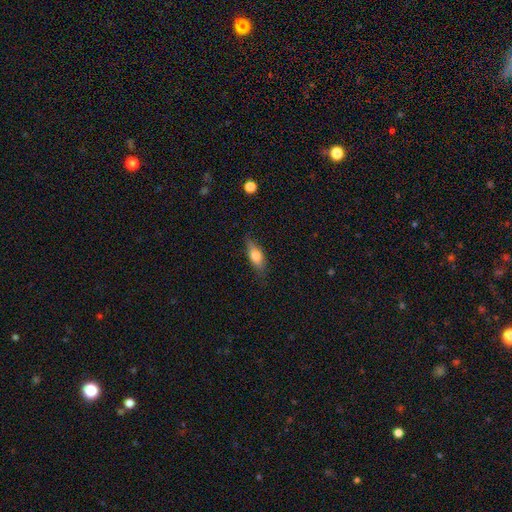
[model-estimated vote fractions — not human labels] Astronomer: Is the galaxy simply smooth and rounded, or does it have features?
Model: smooth — 66%.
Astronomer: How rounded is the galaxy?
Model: in between — 69%.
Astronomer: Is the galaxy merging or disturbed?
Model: none — 76%.